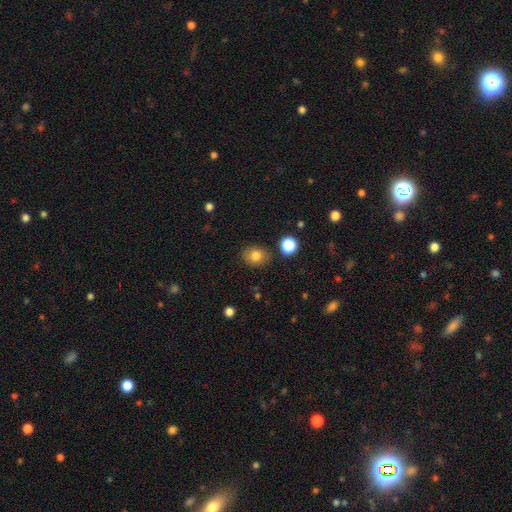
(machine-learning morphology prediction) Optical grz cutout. It shows a smooth galaxy with no disk features (81%) that is round (59%). Merging: none (84%).